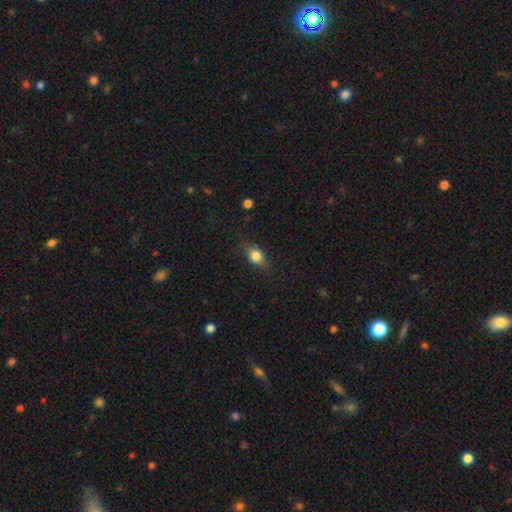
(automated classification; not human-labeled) Morphology: type=smooth (79%); roundness=in between (65%); merging=none (79%).